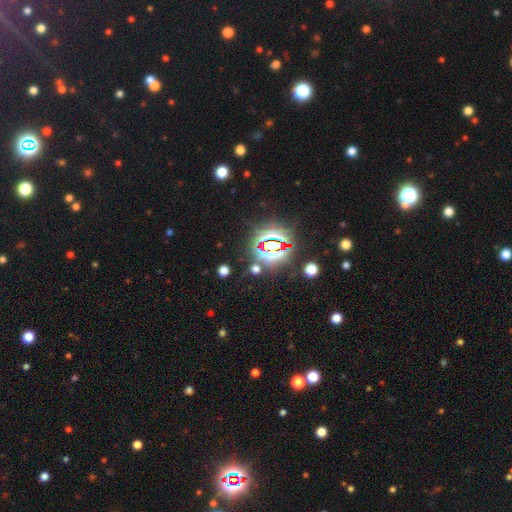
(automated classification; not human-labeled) star or artifact 79%, smooth 14%, featured or disk 7%.